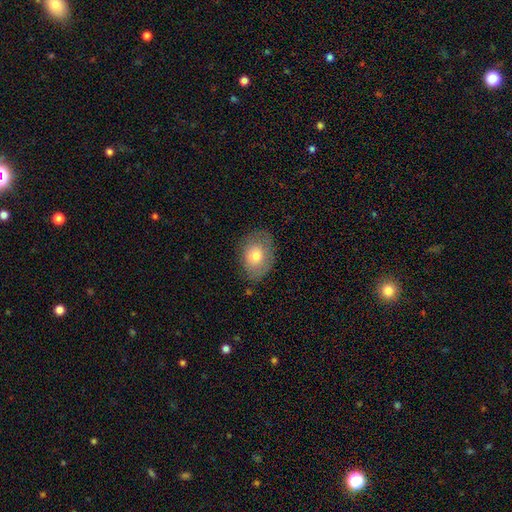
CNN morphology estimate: smooth 69%, featured or disk 23%, star or artifact 8%. Down the decision tree: how rounded — in between (75%); merging — none (73%).